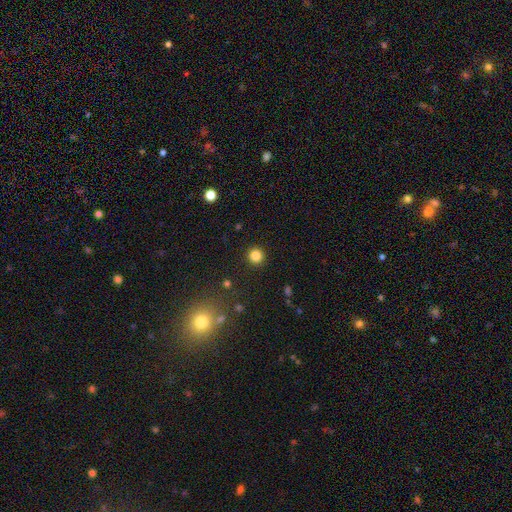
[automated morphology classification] Smooth or featured?
  - smooth: 84% *
  - star or artifact: 12%
  - featured or disk: 4%
How rounded?
  - round: 95% *
  - in between: 4%
  - cigar-shaped: 1%
Merging?
  - none: 92% *
  - minor disturbance: 5%
  - major disturbance: 2%
  - merger: 1%